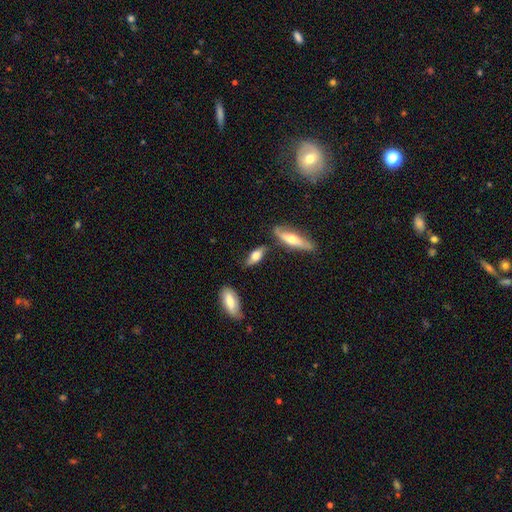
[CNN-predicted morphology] smooth 62%, featured or disk 31%, star or artifact 7%. Down the decision tree: how rounded — in between (65%); merging — none (70%).